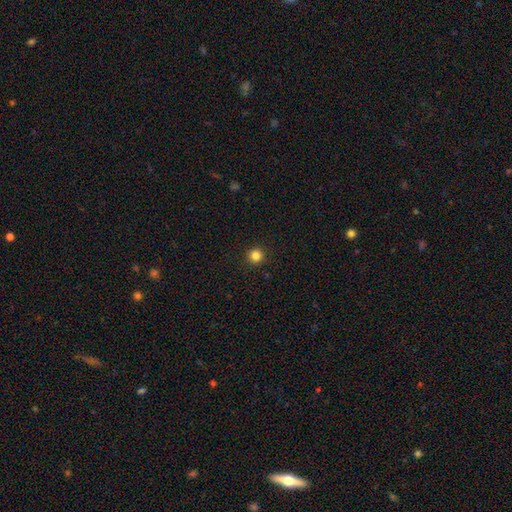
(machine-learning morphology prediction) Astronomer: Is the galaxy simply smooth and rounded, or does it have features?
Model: smooth — 83%.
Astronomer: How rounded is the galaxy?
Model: round — 96%.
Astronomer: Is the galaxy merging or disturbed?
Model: none — 93%.